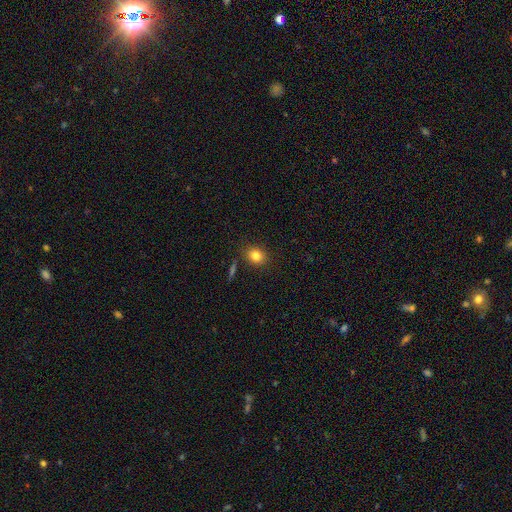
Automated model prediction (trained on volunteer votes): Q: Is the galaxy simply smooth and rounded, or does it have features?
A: smooth — 82%.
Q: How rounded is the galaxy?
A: round — 61%.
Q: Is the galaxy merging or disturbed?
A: none — 86%.